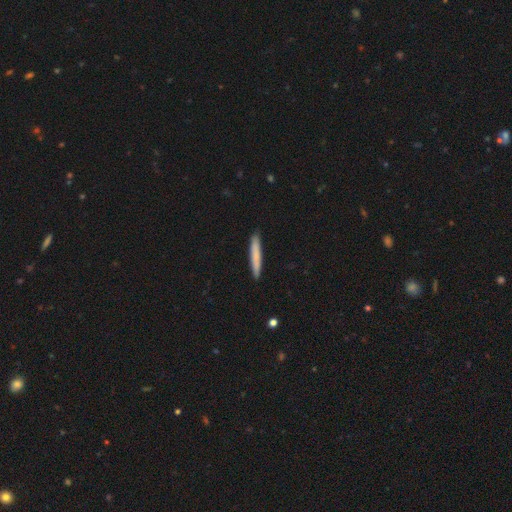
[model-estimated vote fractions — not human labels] Morphology: type=smooth (76%); roundness=cigar-shaped (96%); merging=none (91%).